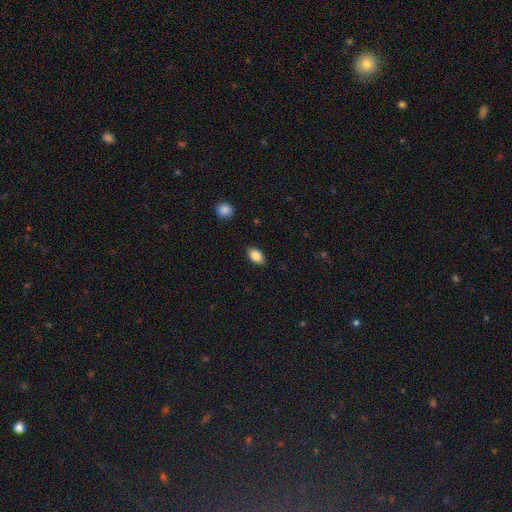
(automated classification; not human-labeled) A smooth galaxy with no disk features (86%) that is in between round and cigar-shaped (89%). Merging: none (88%).